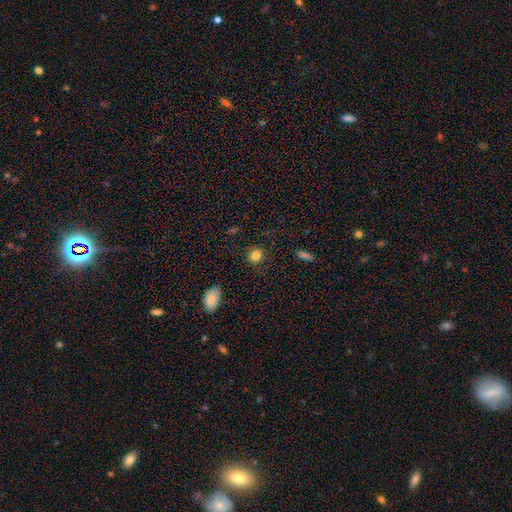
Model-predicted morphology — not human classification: This is clearly a smooth galaxy (83%). How rounded: clearly round (81%). Merging: clearly none (86%).